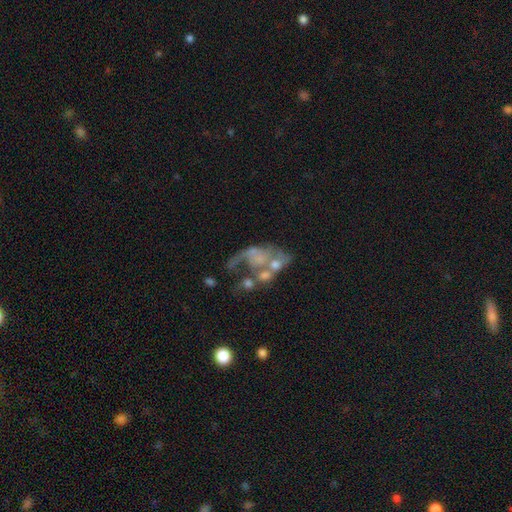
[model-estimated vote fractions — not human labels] Overall: featured or disk (59%; smooth 28%). Edge-on disk: no (98%). Bar: no (85%). Spiral arms: no (72%). Bulge size: none (55%; small 19%). Merging: merger (48%; major disturbance 32%).